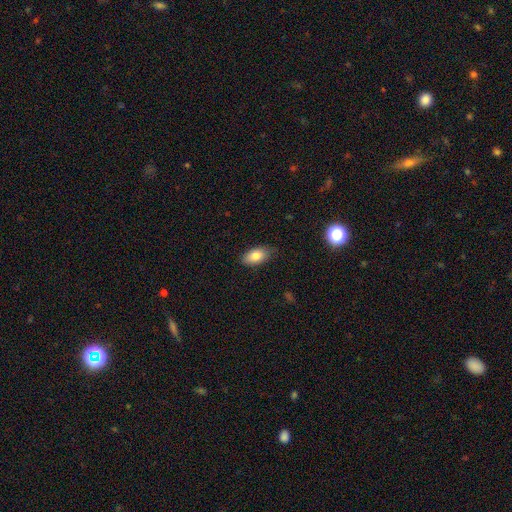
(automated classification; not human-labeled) This appears to be a smooth galaxy with no disk features (80%) that is in between round and cigar-shaped (91%). Merging: none (78%).